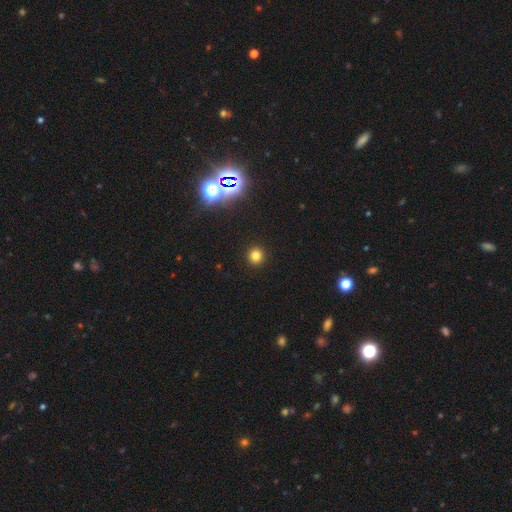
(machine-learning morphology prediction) Smooth or featured: smooth — 78% (star or artifact — 17%)
How rounded: round — 94% (in between — 5%)
Merging: none — 93% (minor disturbance — 4%)